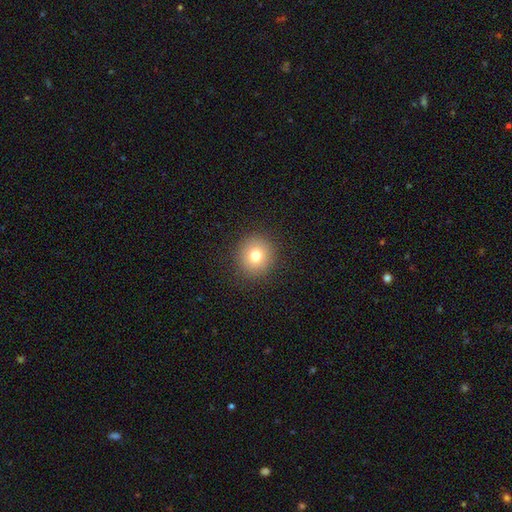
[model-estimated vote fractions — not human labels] This is likely a smooth galaxy (77%). How rounded: clearly round (92%). Merging: clearly none (91%).